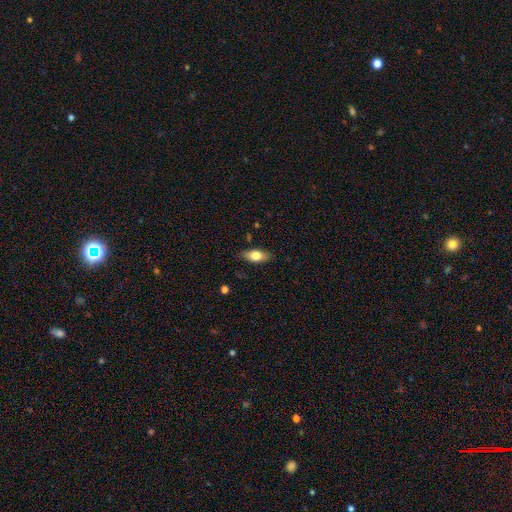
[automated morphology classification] smooth 71%, featured or disk 23%, star or artifact 7%. Down the decision tree: how rounded — in between (82%); merging — none (84%).